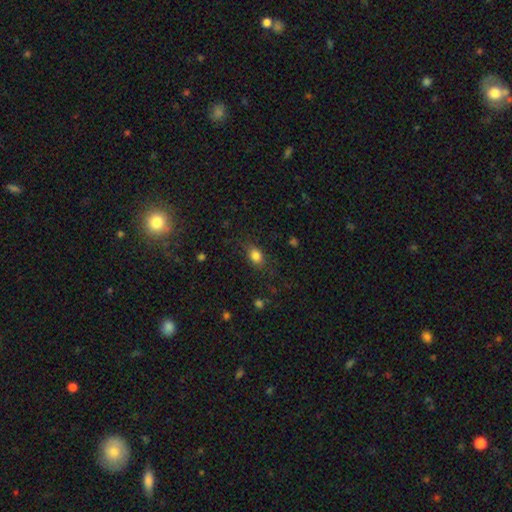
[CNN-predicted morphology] smooth_or_featured: smooth (p=0.82) [alt: star or artifact p=0.11]
how_rounded: in between (p=0.68) [alt: round p=0.29]
merging: none (p=0.77) [alt: minor disturbance p=0.16]